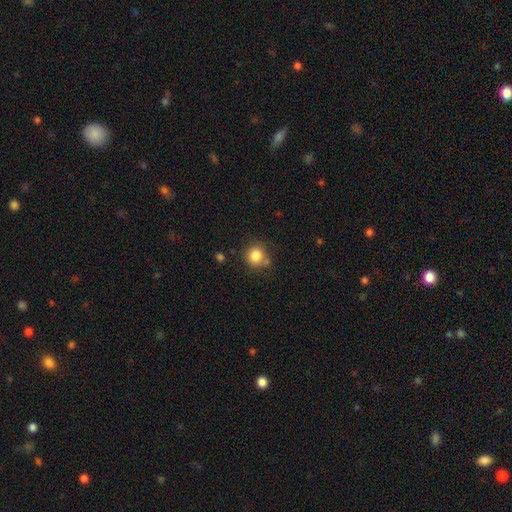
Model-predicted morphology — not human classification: Smooth or featured?
  - smooth: 84% *
  - star or artifact: 10%
  - featured or disk: 6%
How rounded?
  - round: 86% *
  - in between: 13%
  - cigar-shaped: 1%
Merging?
  - none: 70% *
  - minor disturbance: 16%
  - merger: 9%
  - major disturbance: 5%